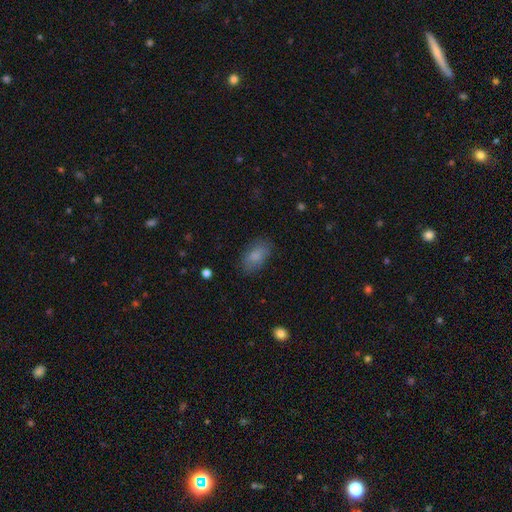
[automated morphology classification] Q: Smooth or featured?
A: smooth (83%); runner-up: featured or disk (9%)
Q: How rounded?
A: in between (92%); runner-up: round (5%)
Q: Merging?
A: none (81%); runner-up: minor disturbance (14%)